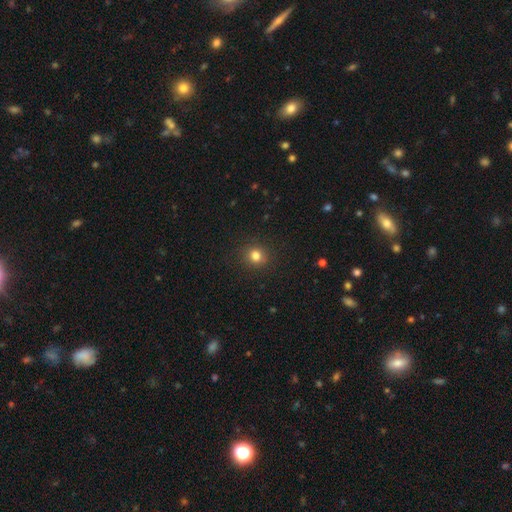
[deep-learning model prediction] Q: Smooth or featured?
A: smooth (81%); runner-up: star or artifact (13%)
Q: How rounded?
A: round (86%); runner-up: in between (13%)
Q: Merging?
A: none (90%); runner-up: minor disturbance (6%)